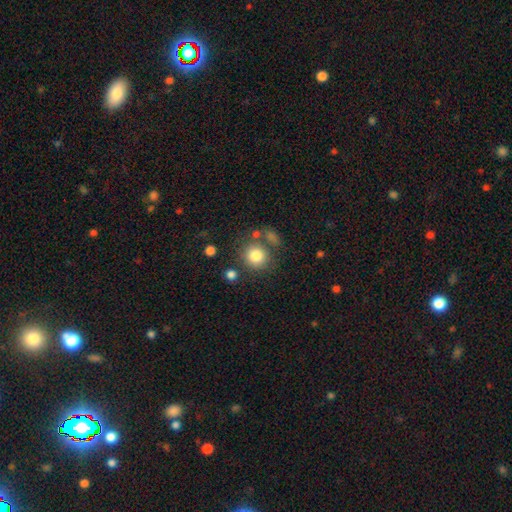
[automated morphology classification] A smooth galaxy with no disk features (82%) that is round (89%).

Vote fractions:
- Smooth or featured? smooth: 82% / star or artifact: 10% / featured or disk: 8%
- How rounded? round: 89% / in between: 10% / cigar-shaped: 1%
- Merging? none: 71% / minor disturbance: 12% / merger: 11% / major disturbance: 5%